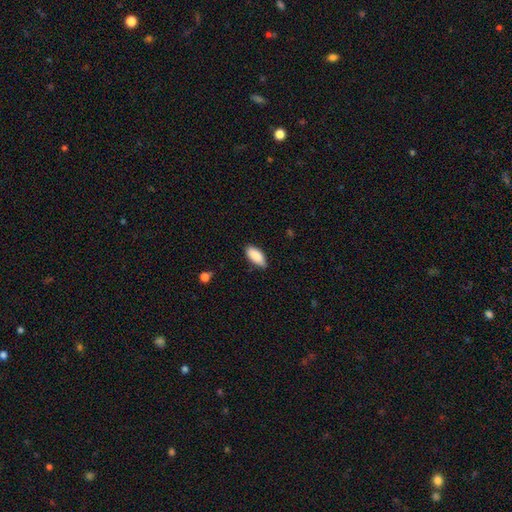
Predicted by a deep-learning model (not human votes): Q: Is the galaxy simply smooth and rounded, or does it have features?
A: smooth — 88%.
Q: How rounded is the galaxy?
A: in between — 87%.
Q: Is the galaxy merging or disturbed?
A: none — 81%.